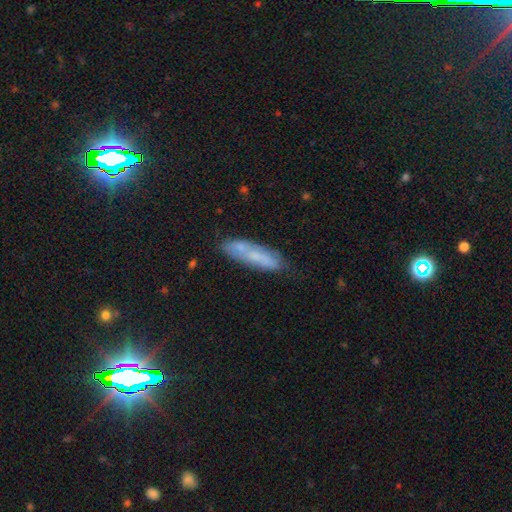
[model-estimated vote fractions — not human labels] smooth_or_featured: smooth (p=0.55) [alt: featured or disk p=0.36]
how_rounded: cigar-shaped (p=0.64) [alt: in between p=0.34]
merging: none (p=0.65) [alt: minor disturbance p=0.22]